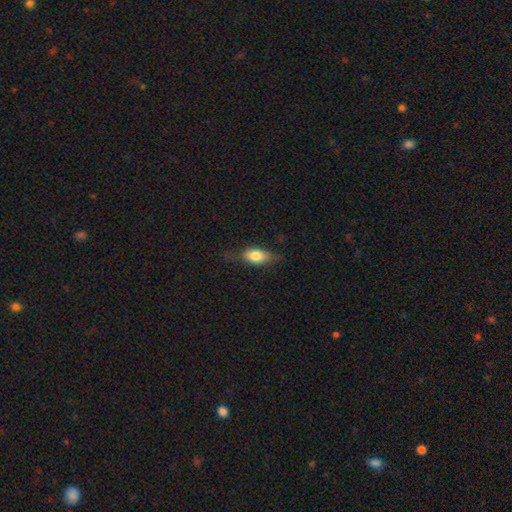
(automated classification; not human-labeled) A smooth galaxy with no disk features (69%) that is in between round and cigar-shaped (79%). Merging: none (66%).